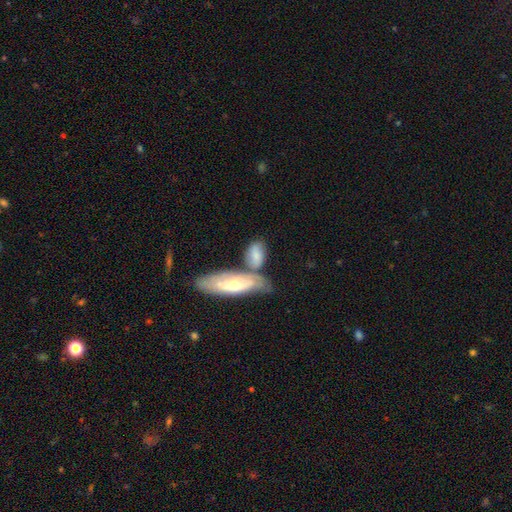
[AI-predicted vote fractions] Morphology: type=smooth (66%); roundness=in between (79%); merging=merger (40%).